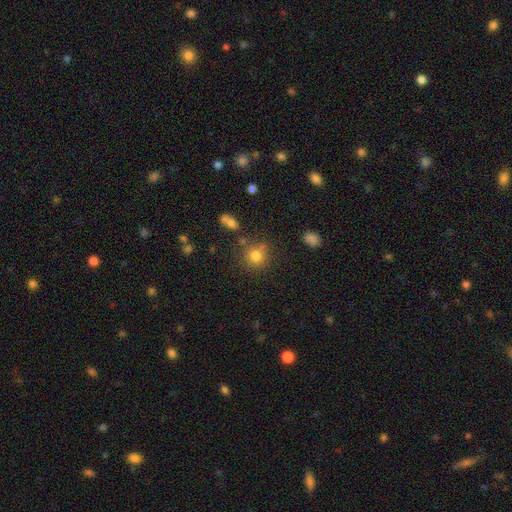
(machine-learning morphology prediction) type=smooth (79%); roundness=round (86%); merging=none (70%).